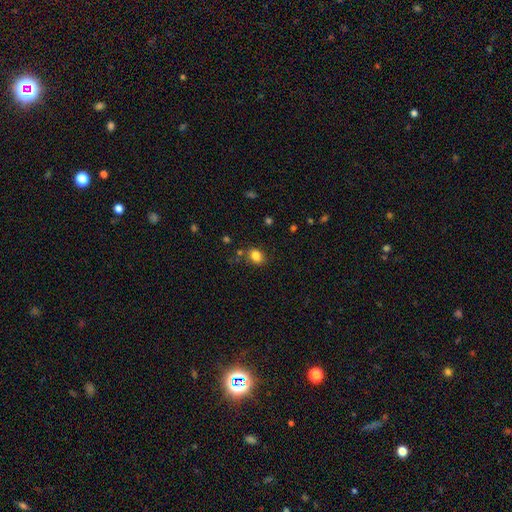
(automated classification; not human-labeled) This appears to be a smooth galaxy with no disk features (83%) that is in between round and cigar-shaped (55%). Merging: none (77%).